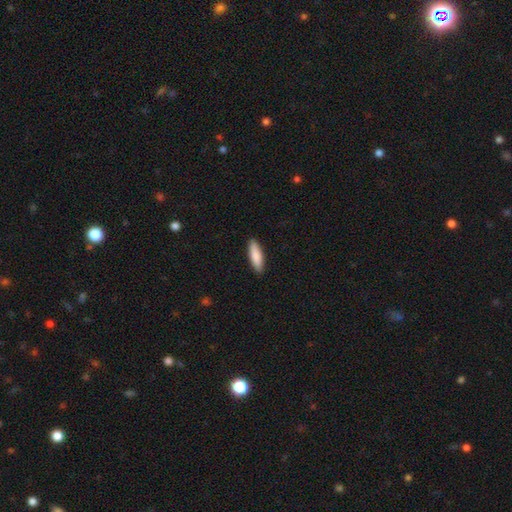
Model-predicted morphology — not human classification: This appears to be a smooth galaxy with no disk features (87%) that is cigar-shaped (53%). Merging: none (89%).